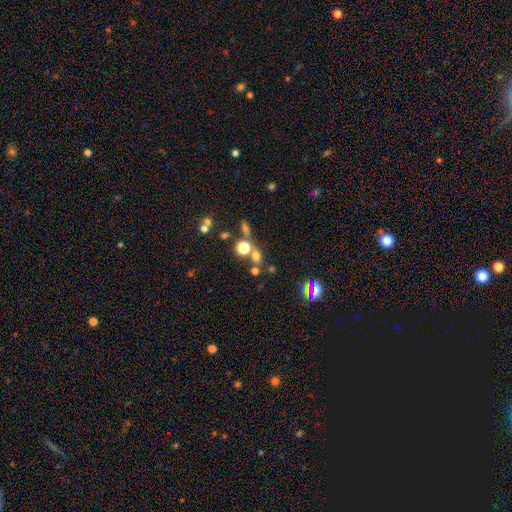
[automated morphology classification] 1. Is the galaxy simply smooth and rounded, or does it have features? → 60% smooth, 29% star or artifact, 10% featured or disk.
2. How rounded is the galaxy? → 74% round, 24% in between, 2% cigar-shaped.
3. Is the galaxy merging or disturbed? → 61% none, 25% merger, 9% minor disturbance, 5% major disturbance.